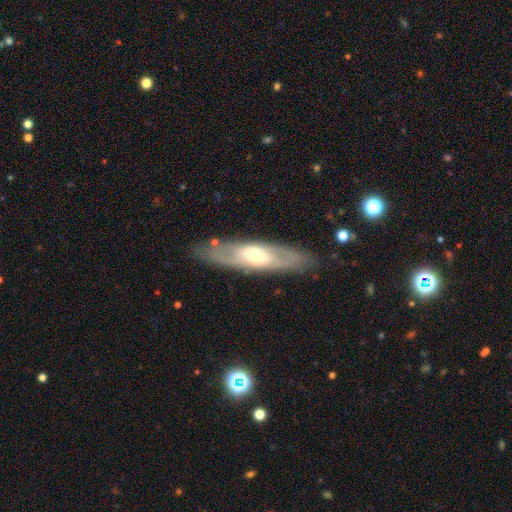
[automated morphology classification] smooth_or_featured: featured or disk (p=0.59) [alt: smooth p=0.35]
disk_edge_on: no (p=0.63) [alt: yes p=0.37]
merging: none (p=0.82) [alt: minor disturbance p=0.12]